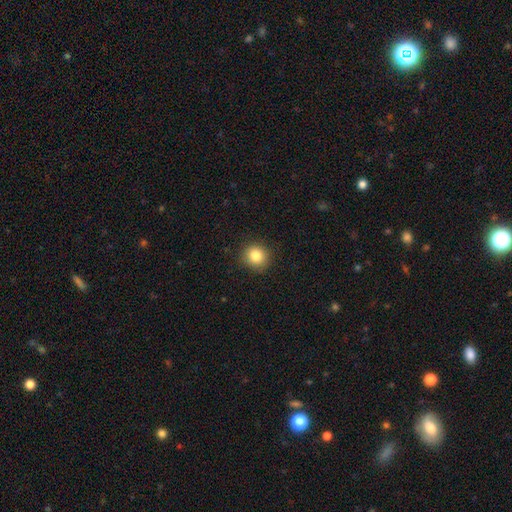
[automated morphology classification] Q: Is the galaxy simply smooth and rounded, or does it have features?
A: smooth — 84%.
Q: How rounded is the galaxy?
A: round — 87%.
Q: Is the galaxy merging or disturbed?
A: none — 88%.